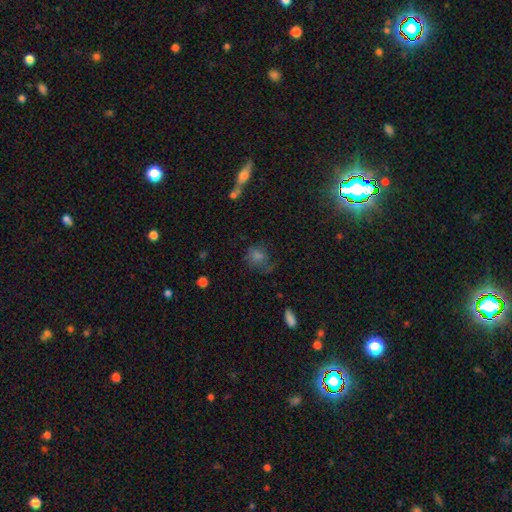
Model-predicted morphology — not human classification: smooth_or_featured: smooth (p=0.46) [alt: featured or disk p=0.27]
merging: none (p=0.58) [alt: minor disturbance p=0.23]